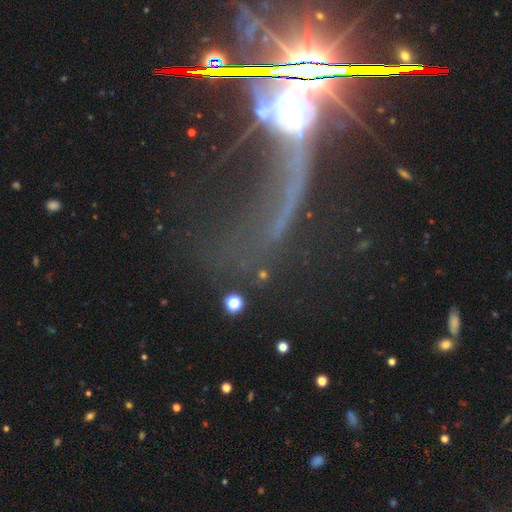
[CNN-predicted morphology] Smooth or featured? star or artifact (46%)